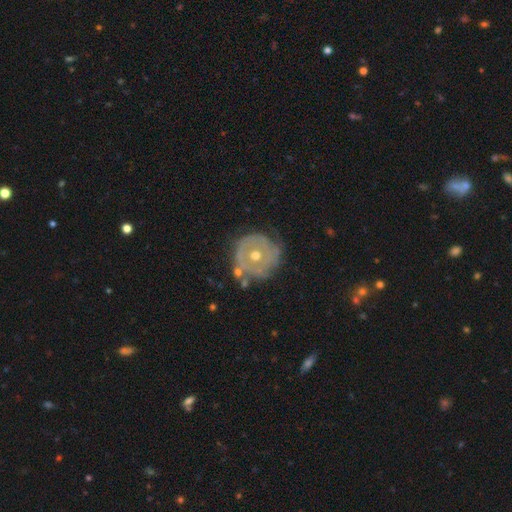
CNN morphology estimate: This is likely a featured or disk galaxy (66%). It is clearly not viewed edge-on (96%). Bar: clearly no (87%). Spiral arm pattern: possibly no (54%). Central bulge: likely moderate (67%). Merging: likely none (68%).